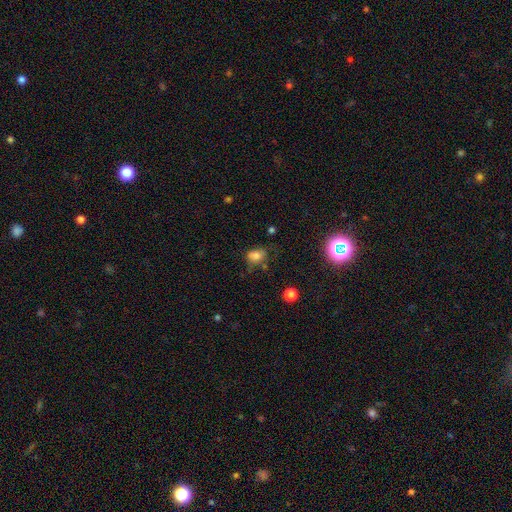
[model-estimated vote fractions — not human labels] Overall: smooth (75%). How rounded: in between (68%; round 30%). Merging: none (57%; minor disturbance 28%).